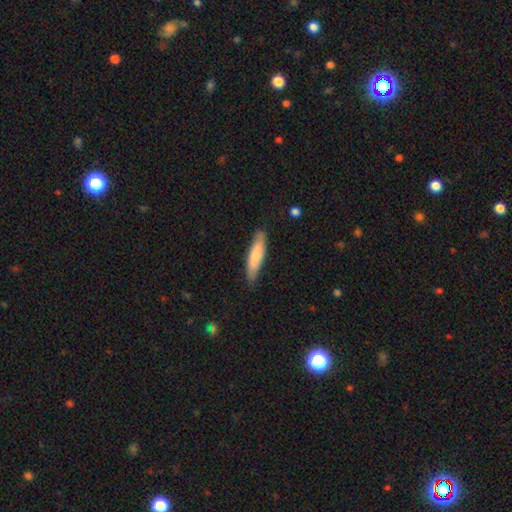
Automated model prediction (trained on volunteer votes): Smooth or featured? smooth (74%)
How rounded? cigar-shaped (73%)
Merging? none (81%)